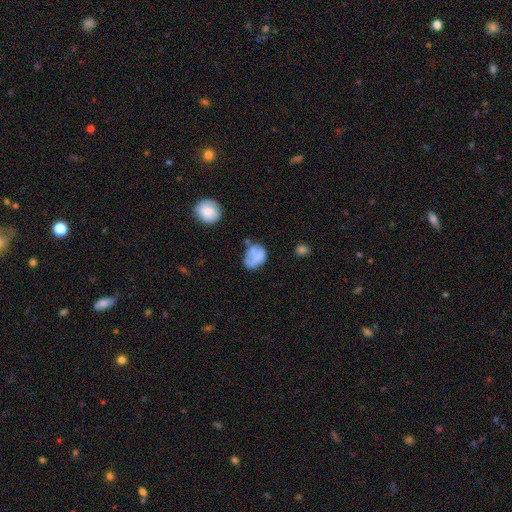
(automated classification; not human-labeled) Smooth or featured? smooth (65%)
How rounded? in between (62%)
Merging? none (41%)